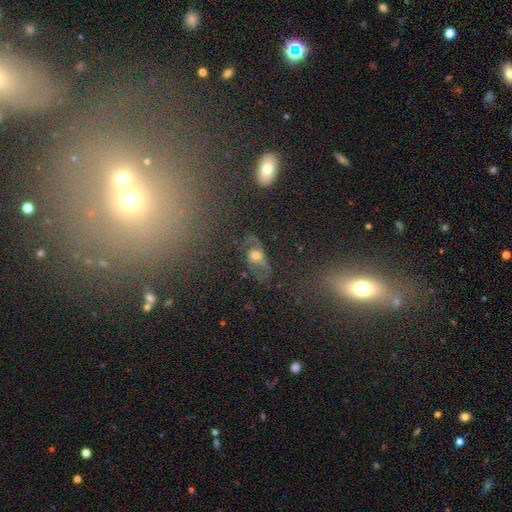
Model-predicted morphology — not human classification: smooth_or_featured: featured or disk (p=0.54) [alt: smooth p=0.23]
disk_edge_on: no (p=0.89) [alt: yes p=0.11]
merging: none (p=0.57) [alt: minor disturbance p=0.20]